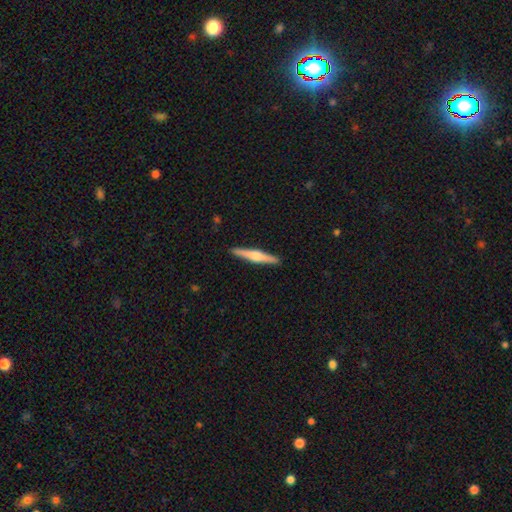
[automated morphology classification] Smooth or featured?
  - featured or disk: 60% *
  - smooth: 35%
  - star or artifact: 5%
Edge-on disk?
  - yes: 98% *
  - no: 2%
Edge-on bulge?
  - rounded: 79% *
  - boxy: 14%
  - none: 7%
Merging?
  - none: 92% *
  - minor disturbance: 6%
  - major disturbance: 1%
  - merger: 1%